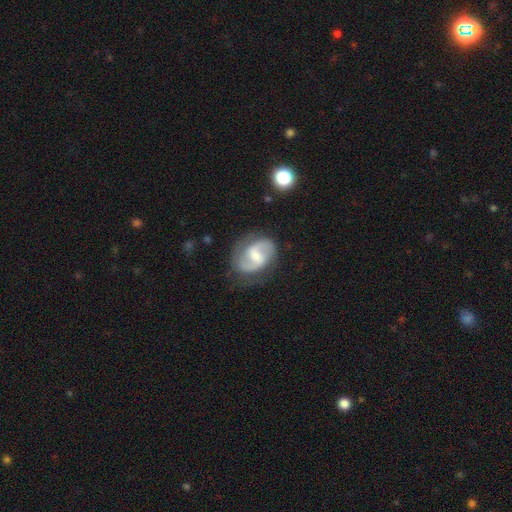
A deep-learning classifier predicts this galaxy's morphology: Smooth or featured: featured or disk — 79% (smooth — 16%)
Edge-on disk: no — 98% (yes — 2%)
Bar: weak — 56% (strong — 26%)
Spiral arms: yes — 93% (no — 7%)
Spiral winding: medium — 50% (loose — 32%)
Spiral arm count: 2 — 88% (can't tell — 6%)
Bulge size: moderate — 47% (small — 38%)
Merging: none — 69% (minor disturbance — 20%)